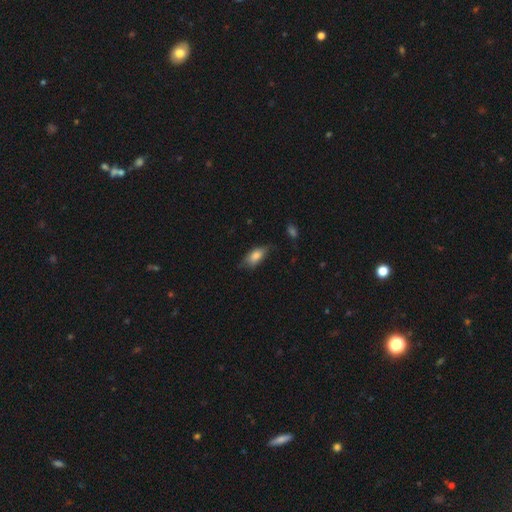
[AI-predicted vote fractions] Overall: smooth (79%). How rounded: in between (83%). Merging: none (65%; minor disturbance 27%).